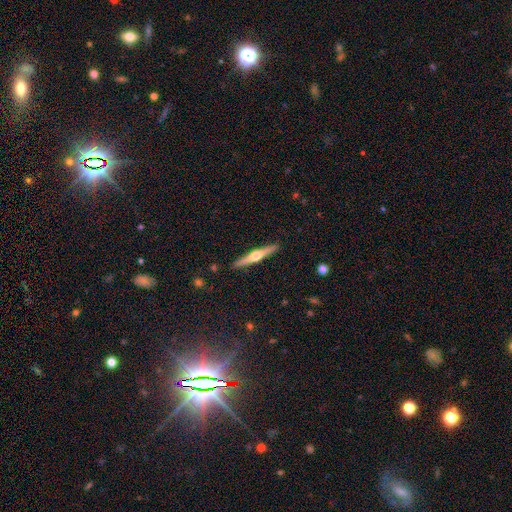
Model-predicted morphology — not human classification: Smooth or featured? featured or disk (72%)
Edge-on disk? yes (98%)
Edge-on bulge? rounded (95%)
Merging? none (91%)